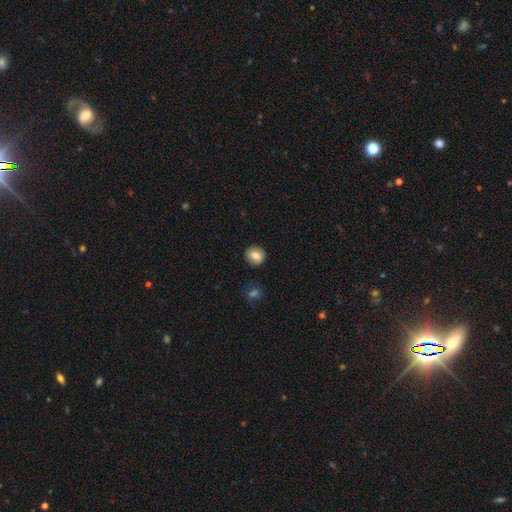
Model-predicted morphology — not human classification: A smooth galaxy with no disk features (76%) that is round (75%). Merging: none (85%).